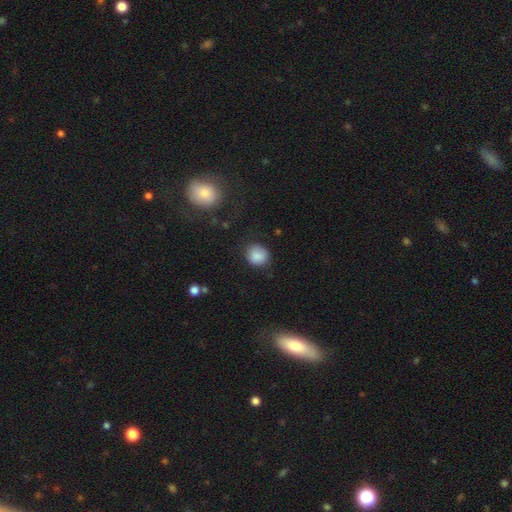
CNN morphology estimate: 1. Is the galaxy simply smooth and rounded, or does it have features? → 85% smooth, 9% star or artifact, 6% featured or disk.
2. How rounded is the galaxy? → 84% round, 16% in between, 1% cigar-shaped.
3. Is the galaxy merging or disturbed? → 82% none, 12% minor disturbance, 4% major disturbance, 2% merger.